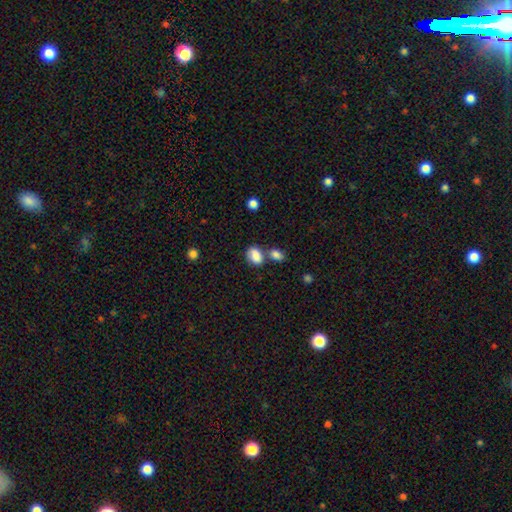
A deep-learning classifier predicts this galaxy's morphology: Smooth or featured? smooth (85%)
How rounded? in between (80%)
Merging? none (49%)